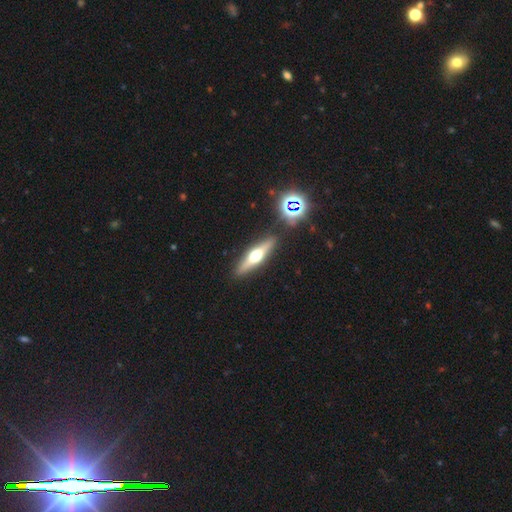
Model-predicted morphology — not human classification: This appears to be a featured or disk galaxy (65%) viewed edge-on (95%) with a rounded central bulge (95%). Merging: none (87%).